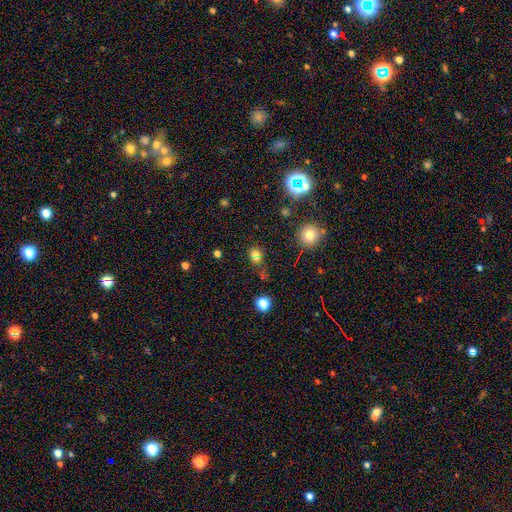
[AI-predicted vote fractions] Q: Smooth or featured?
A: smooth (70%); runner-up: star or artifact (21%)
Q: How rounded?
A: round (70%); runner-up: in between (28%)
Q: Merging?
A: none (59%); runner-up: merger (21%)